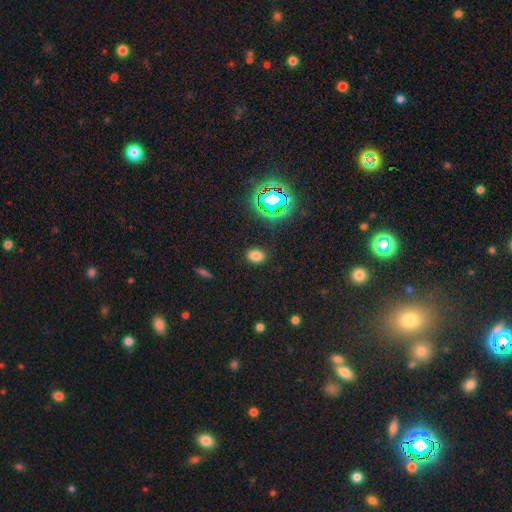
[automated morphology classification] A smooth galaxy with no disk features (72%) that is in between round and cigar-shaped (76%).

Vote fractions:
- Smooth or featured? smooth: 72% / star or artifact: 21% / featured or disk: 7%
- How rounded? in between: 76% / round: 23% / cigar-shaped: 1%
- Merging? none: 88% / minor disturbance: 8% / major disturbance: 3% / merger: 1%